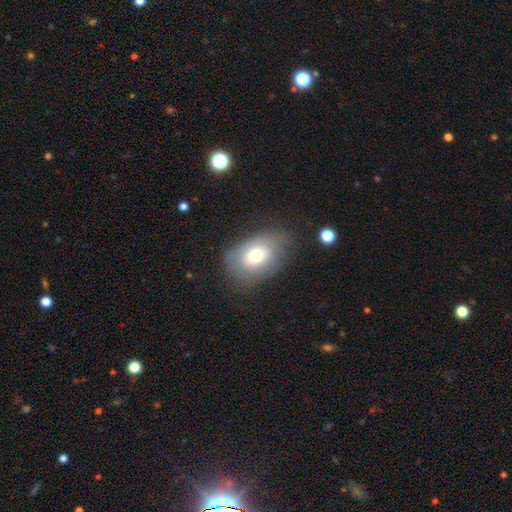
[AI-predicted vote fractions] This is likely a smooth galaxy (64%). How rounded: likely in between (79%). Merging: likely none (65%).